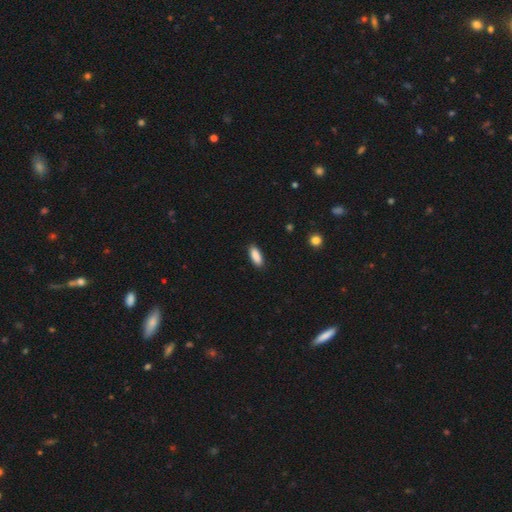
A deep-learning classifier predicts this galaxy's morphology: smooth_or_featured: smooth (p=0.89) [alt: star or artifact p=0.06]
how_rounded: in between (p=0.73) [alt: cigar-shaped p=0.25]
merging: none (p=0.88) [alt: minor disturbance p=0.09]